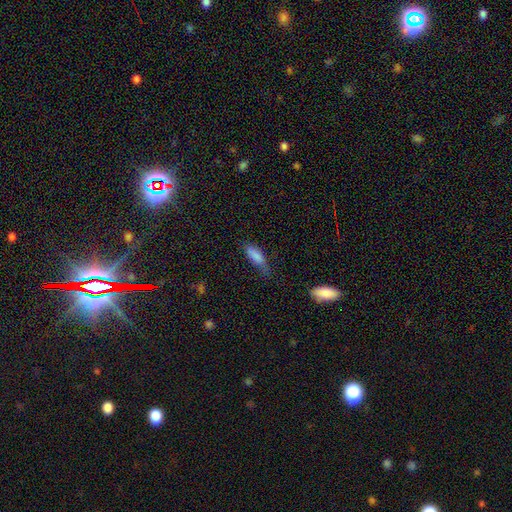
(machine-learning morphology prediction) Smooth or featured? Predicted: smooth (p=0.83). How rounded? Predicted: in between (p=0.62). Merging? Predicted: none (p=0.44).